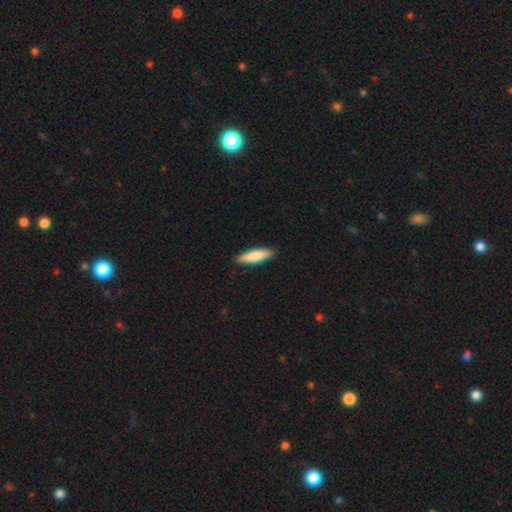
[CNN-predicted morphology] Smooth or featured? smooth (84%)
How rounded? cigar-shaped (57%)
Merging? none (90%)